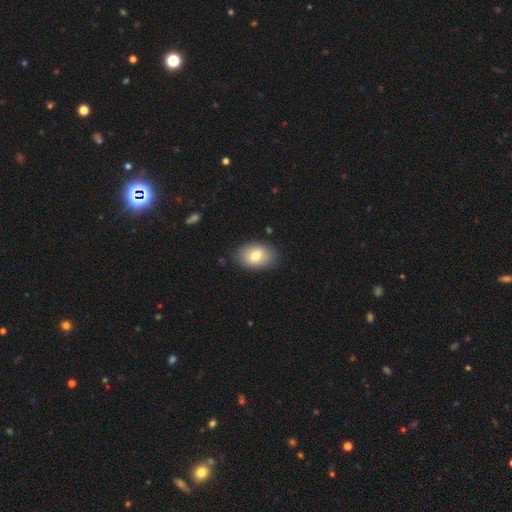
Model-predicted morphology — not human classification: Overall: smooth (76%). How rounded: in between (80%). Merging: none (86%).